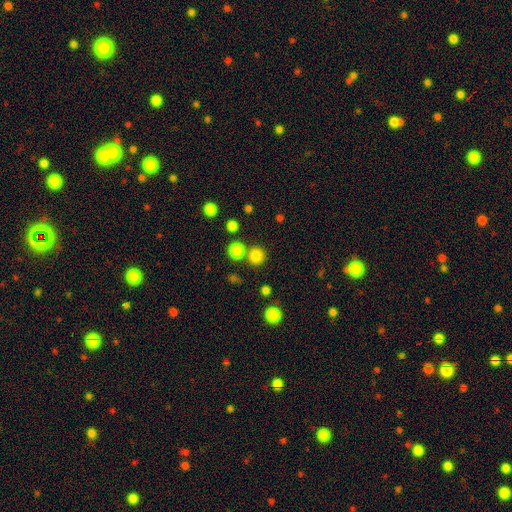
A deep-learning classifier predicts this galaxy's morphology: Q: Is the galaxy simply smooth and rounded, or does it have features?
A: smooth — 82%.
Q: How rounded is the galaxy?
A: round — 91%.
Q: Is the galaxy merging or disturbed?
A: none — 76%.